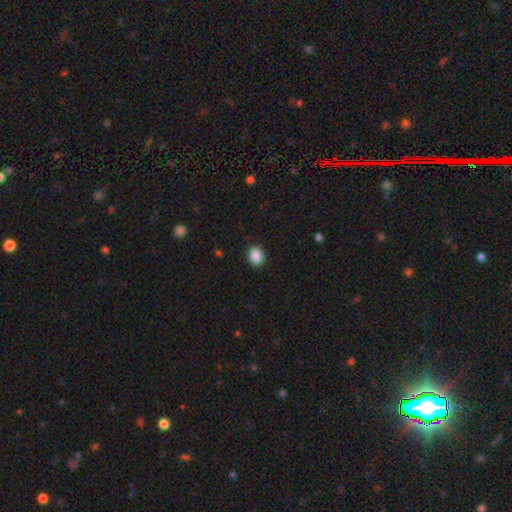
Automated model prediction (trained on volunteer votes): Overall: smooth (89%). How rounded: in between (55%; round 44%). Merging: none (89%).